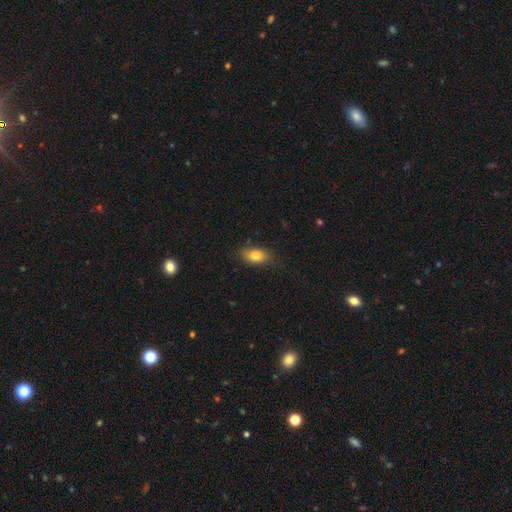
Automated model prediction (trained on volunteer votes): Smooth or featured: smooth — 80% (featured or disk — 11%)
How rounded: in between — 87% (round — 8%)
Merging: none — 78% (minor disturbance — 17%)